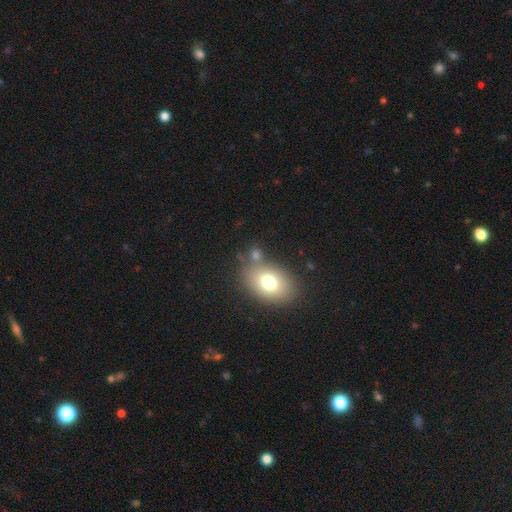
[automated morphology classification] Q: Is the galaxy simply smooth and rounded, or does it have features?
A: smooth — 74%.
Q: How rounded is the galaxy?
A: in between — 70%.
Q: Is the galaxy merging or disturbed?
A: none — 69%.